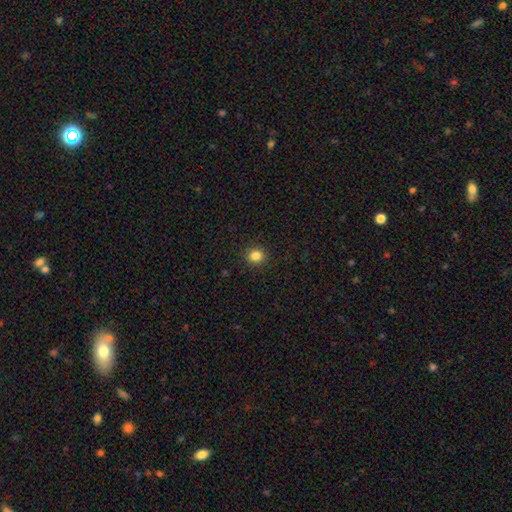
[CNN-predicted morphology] Smooth or featured? smooth (83%)
How rounded? round (86%)
Merging? none (91%)